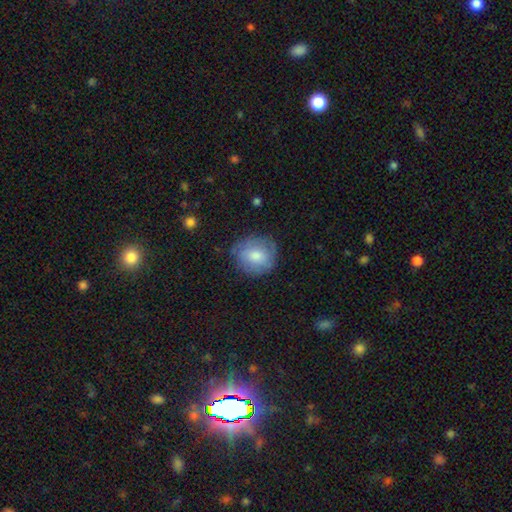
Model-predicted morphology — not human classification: Overall: smooth (69%). How rounded: round (81%). Merging: none (75%).